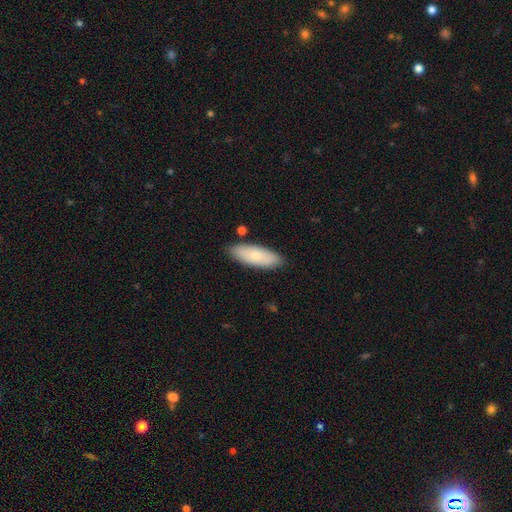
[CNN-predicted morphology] Smooth or featured? smooth (74%)
How rounded? in between (69%)
Merging? none (85%)